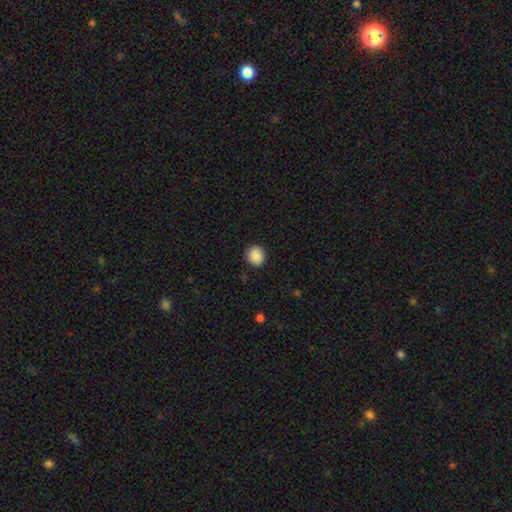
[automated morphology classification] This appears to be a smooth galaxy with no disk features (90%) that is round (88%). Merging: none (91%).